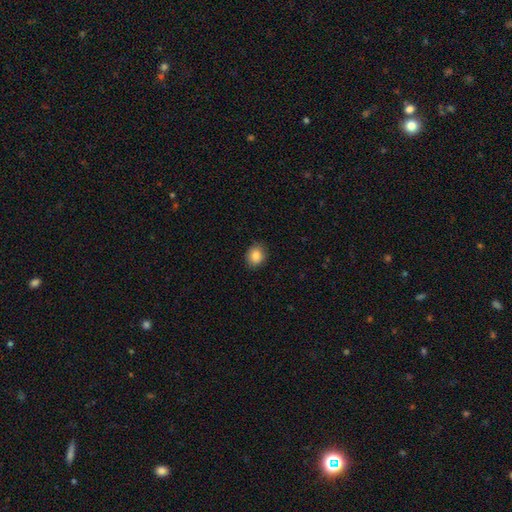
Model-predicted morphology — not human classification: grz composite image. It shows a smooth galaxy with no disk features (85%) that is round (67%). Merging: none (87%).